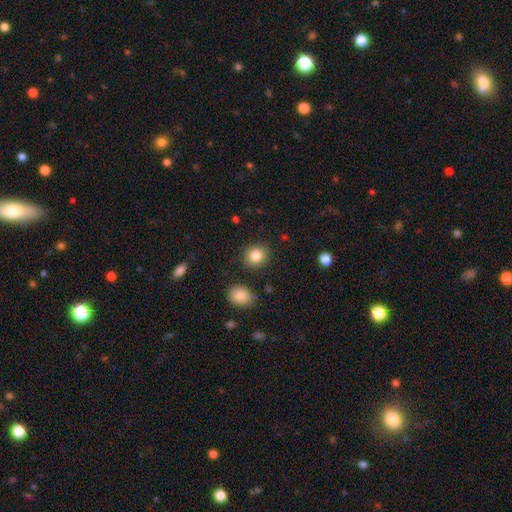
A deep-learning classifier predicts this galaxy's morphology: Smooth or featured?
  - smooth: 84% *
  - star or artifact: 9%
  - featured or disk: 6%
How rounded?
  - round: 77% *
  - in between: 22%
  - cigar-shaped: 1%
Merging?
  - none: 87% *
  - minor disturbance: 8%
  - merger: 2%
  - major disturbance: 2%